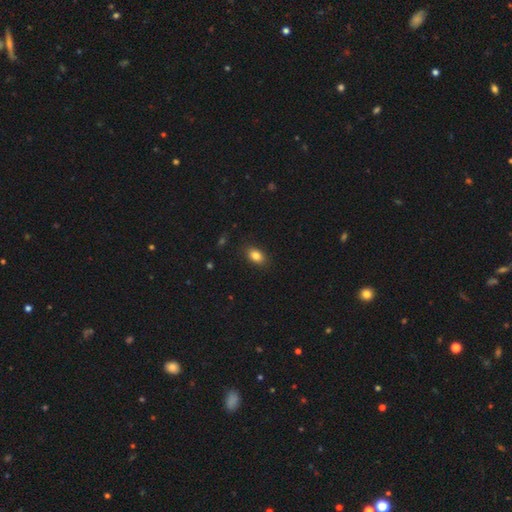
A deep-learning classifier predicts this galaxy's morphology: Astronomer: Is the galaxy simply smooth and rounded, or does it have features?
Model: smooth — 85%.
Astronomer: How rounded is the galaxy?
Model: in between — 86%.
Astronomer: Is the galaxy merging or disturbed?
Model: none — 87%.